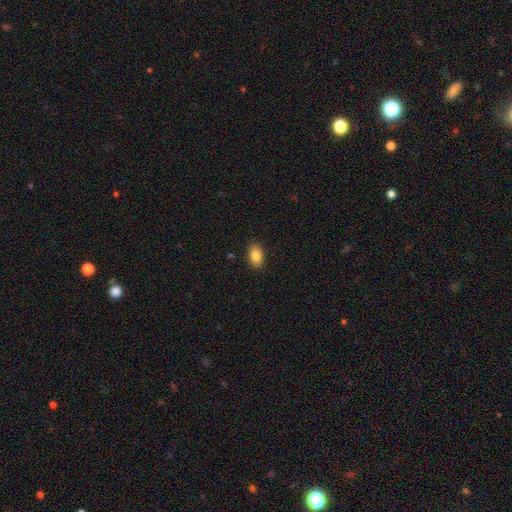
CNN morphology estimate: smooth_or_featured: smooth (p=0.85) [alt: star or artifact p=0.08]
how_rounded: in between (p=0.88) [alt: round p=0.10]
merging: none (p=0.89) [alt: minor disturbance p=0.08]